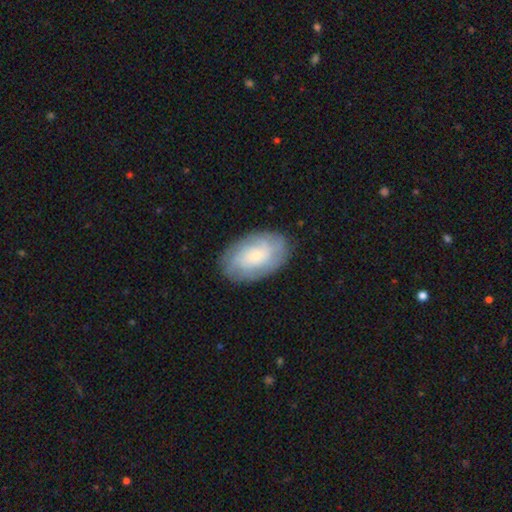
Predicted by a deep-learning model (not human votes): Smooth or featured? featured or disk (53%)
Edge-on disk? no (95%)
Bar? no (75%)
Spiral arms? yes (84%)
Bulge size? small (70%)
Merging? none (82%)